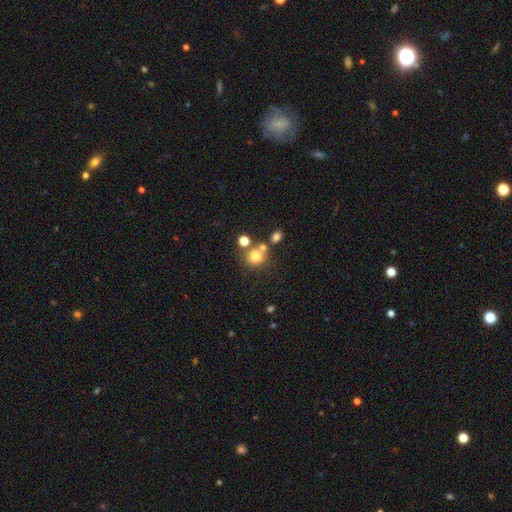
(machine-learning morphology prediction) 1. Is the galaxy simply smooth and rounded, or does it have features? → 75% smooth, 14% star or artifact, 11% featured or disk.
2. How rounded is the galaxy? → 86% round, 13% in between, 1% cigar-shaped.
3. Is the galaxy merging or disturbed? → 58% none, 27% merger, 10% minor disturbance, 5% major disturbance.